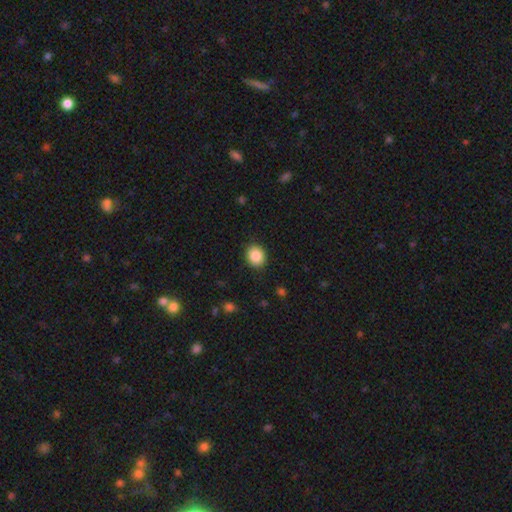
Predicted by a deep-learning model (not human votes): Smooth or featured? Predicted: smooth (p=0.87). How rounded? Predicted: round (p=0.68). Merging? Predicted: none (p=0.89).